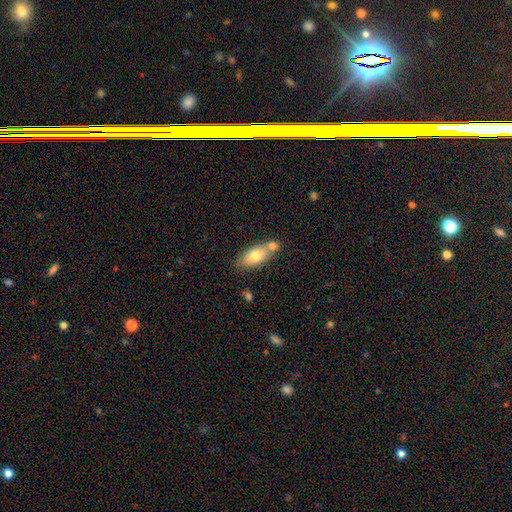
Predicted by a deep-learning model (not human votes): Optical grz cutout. It shows a smooth galaxy with no disk features (72%) that is in between round and cigar-shaped (83%). Merging: none (49%).